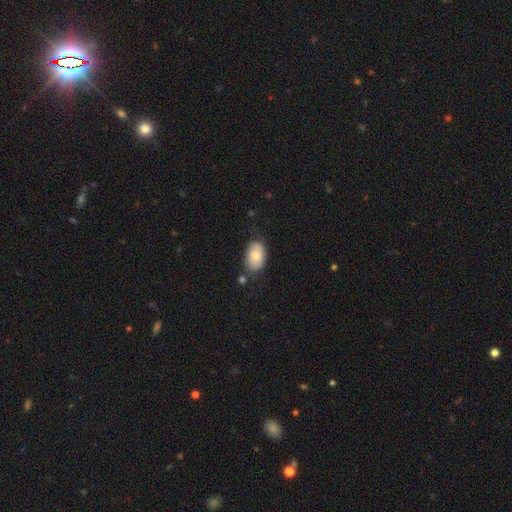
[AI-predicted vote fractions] Smooth or featured? Predicted: smooth (p=0.79). How rounded? Predicted: in between (p=0.90). Merging? Predicted: none (p=0.72).